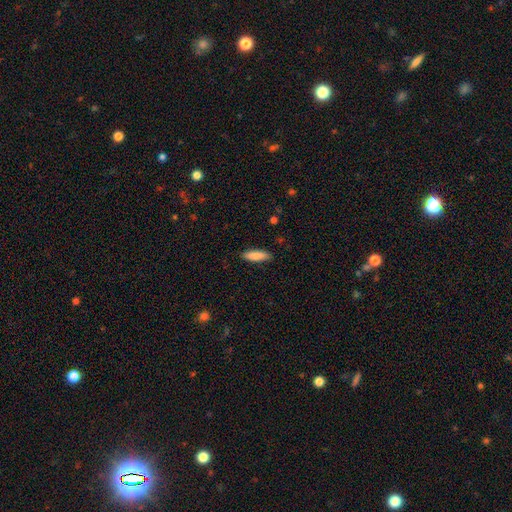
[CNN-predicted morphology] smooth-or-featured: smooth: 86% | featured or disk: 8% | star or artifact: 6%
  how-rounded: cigar-shaped: 53% | in between: 45% | round: 2%
  merging: none: 88% | minor disturbance: 9% | major disturbance: 2% | merger: 1%